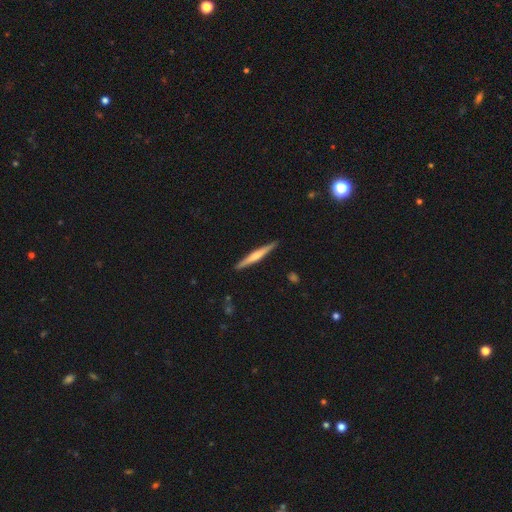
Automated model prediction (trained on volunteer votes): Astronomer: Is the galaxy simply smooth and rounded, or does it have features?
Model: featured or disk — 54% (runner-up: smooth, 40%).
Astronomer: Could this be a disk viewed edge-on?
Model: yes — 98%.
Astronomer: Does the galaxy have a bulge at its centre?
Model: rounded — 55% (runner-up: none, 30%).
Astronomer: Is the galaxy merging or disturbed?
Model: none — 91%.